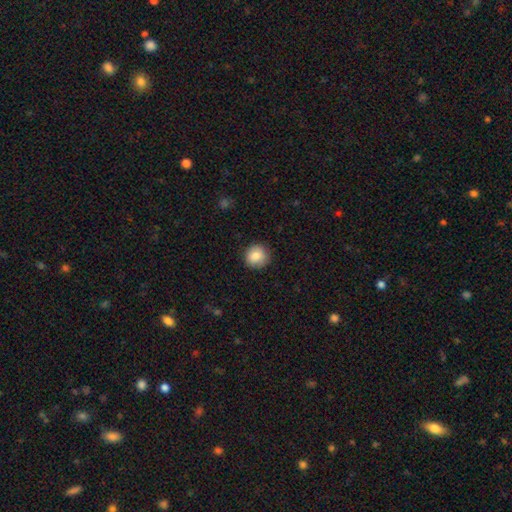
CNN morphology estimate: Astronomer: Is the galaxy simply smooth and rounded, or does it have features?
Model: smooth — 85%.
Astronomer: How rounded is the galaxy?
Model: round — 91%.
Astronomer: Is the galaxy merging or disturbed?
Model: none — 87%.